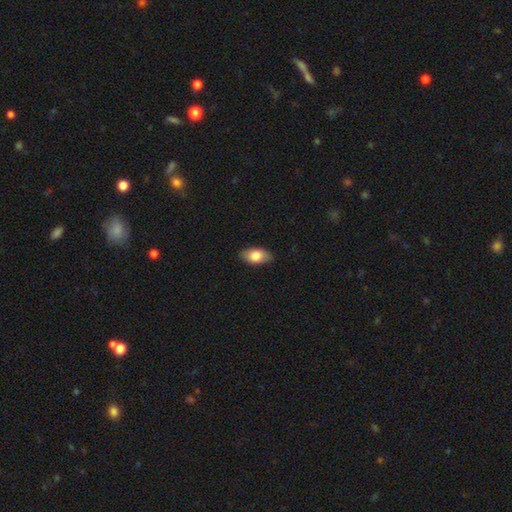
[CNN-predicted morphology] A smooth galaxy with no disk features (81%) that is in between round and cigar-shaped (92%). Merging: none (85%).